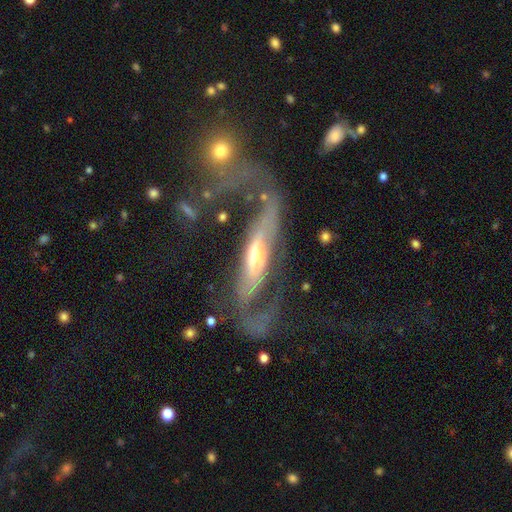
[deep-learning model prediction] Smooth or featured? featured or disk (78%)
Edge-on disk? no (72%)
Bar? no (44%)
Spiral arms? yes (78%)
Bulge size? moderate (54%)
Merging? major disturbance (41%)